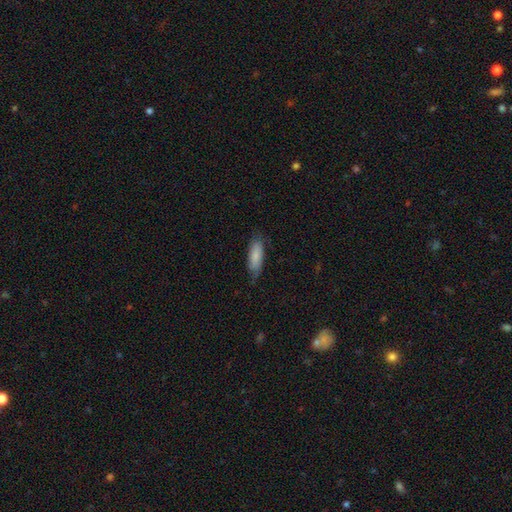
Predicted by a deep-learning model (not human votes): This appears to be a smooth galaxy with no disk features (78%) that is in between round and cigar-shaped (65%). Merging: none (68%).